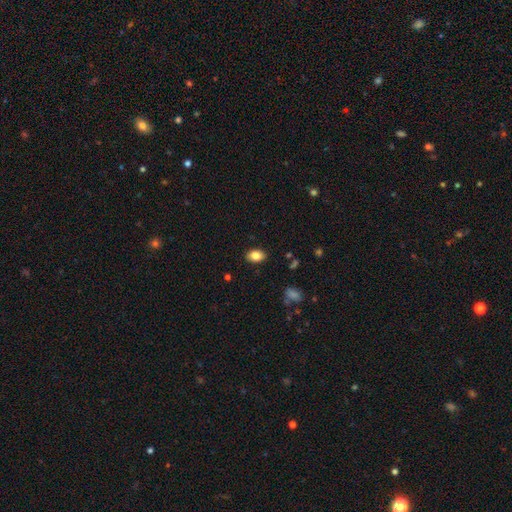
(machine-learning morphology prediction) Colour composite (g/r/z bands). It shows a smooth galaxy with no disk features (84%) that is in between round and cigar-shaped (84%). Merging: none (88%).